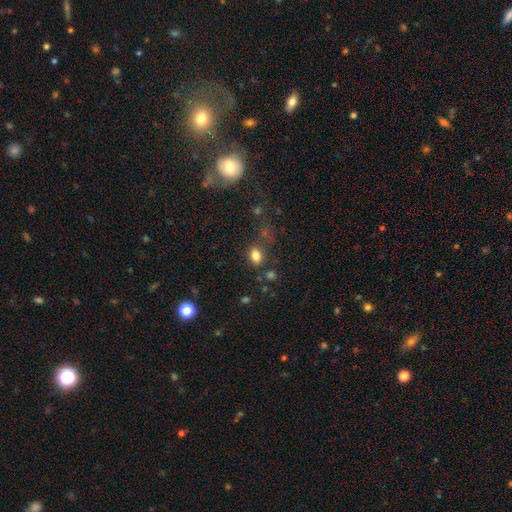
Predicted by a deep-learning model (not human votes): Smooth or featured: smooth — 81% (star or artifact — 13%)
How rounded: in between — 71% (round — 28%)
Merging: none — 70% (minor disturbance — 15%)